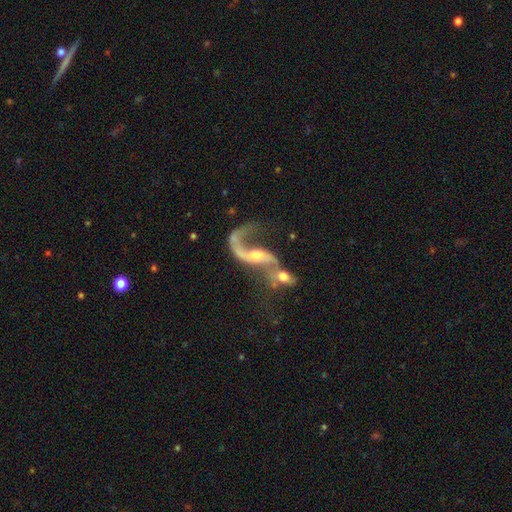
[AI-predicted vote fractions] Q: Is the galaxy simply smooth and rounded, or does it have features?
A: featured or disk — 83%.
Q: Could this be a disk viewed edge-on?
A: no — 93%.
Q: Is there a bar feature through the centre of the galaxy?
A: no — 44%.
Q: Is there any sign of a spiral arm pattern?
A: yes — 86%.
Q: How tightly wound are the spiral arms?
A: loose — 83%.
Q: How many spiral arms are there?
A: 2 — 60%.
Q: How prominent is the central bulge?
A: small — 47%.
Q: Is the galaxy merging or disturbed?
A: merger — 53%.